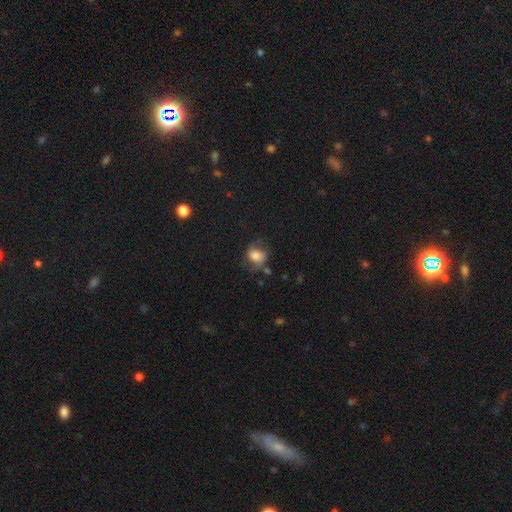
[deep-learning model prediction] This appears to be a smooth galaxy with no disk features (58%) that is in between round and cigar-shaped (50%). Merging: none (54%).